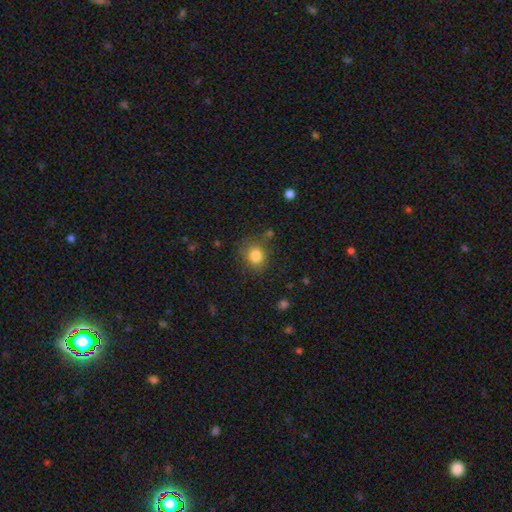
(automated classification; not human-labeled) A smooth galaxy with no disk features (83%) that is round (78%).

Vote fractions:
- Smooth or featured? smooth: 83% / star or artifact: 10% / featured or disk: 6%
- How rounded? round: 78% / in between: 21% / cigar-shaped: 1%
- Merging? none: 76% / minor disturbance: 15% / major disturbance: 5% / merger: 3%